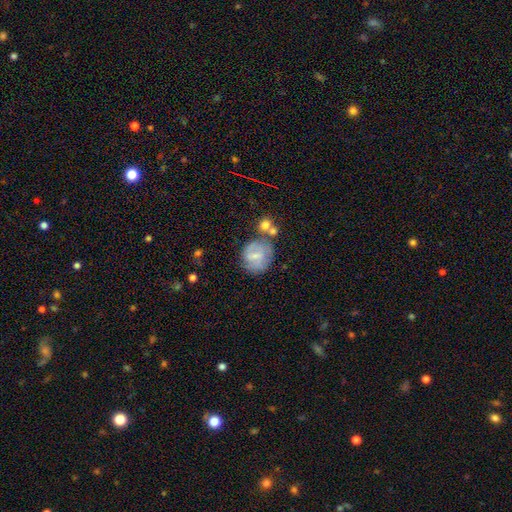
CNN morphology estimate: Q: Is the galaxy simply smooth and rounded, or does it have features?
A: smooth — 52%.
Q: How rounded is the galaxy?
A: round — 77%.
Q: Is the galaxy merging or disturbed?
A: none — 51%.